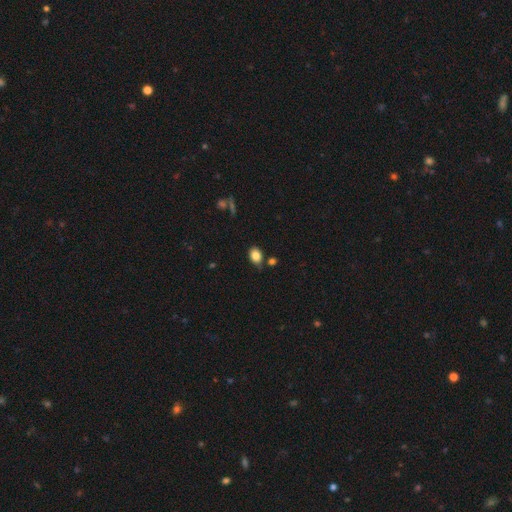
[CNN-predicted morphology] smooth 84%, star or artifact 10%, featured or disk 6%. Down the decision tree: how rounded — in between (70%); merging — none (72%).